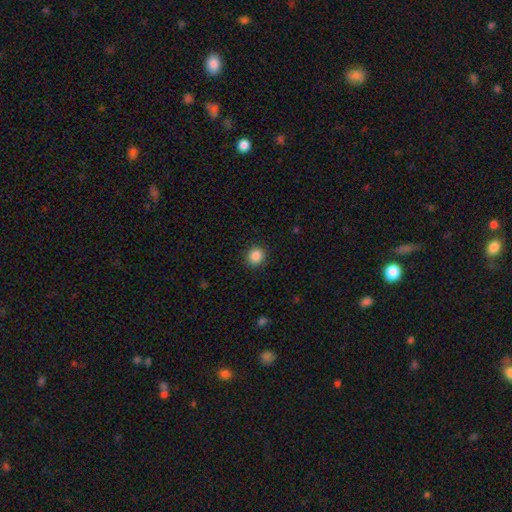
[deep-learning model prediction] Smooth or featured? smooth (87%)
How rounded? round (85%)
Merging? none (90%)